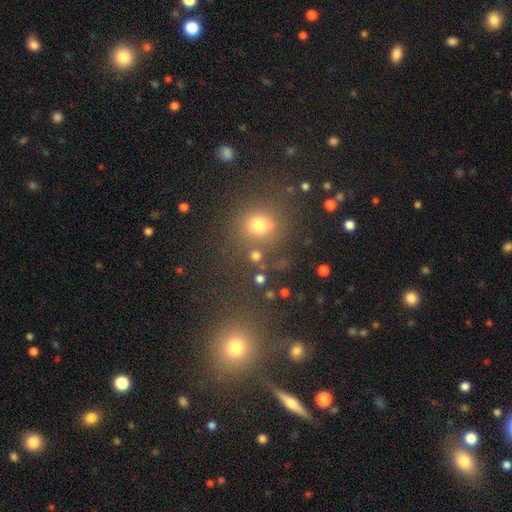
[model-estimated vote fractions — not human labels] smooth_or_featured: smooth (p=0.70) [alt: star or artifact p=0.22]
how_rounded: round (p=0.87) [alt: in between p=0.12]
merging: none (p=0.70) [alt: merger p=0.15]